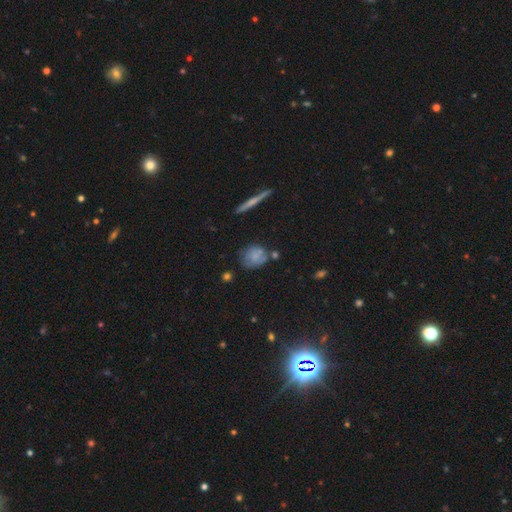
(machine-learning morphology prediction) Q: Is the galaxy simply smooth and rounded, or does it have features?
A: smooth — 68%.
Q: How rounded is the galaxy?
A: round — 66%.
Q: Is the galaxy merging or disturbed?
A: none — 56%.